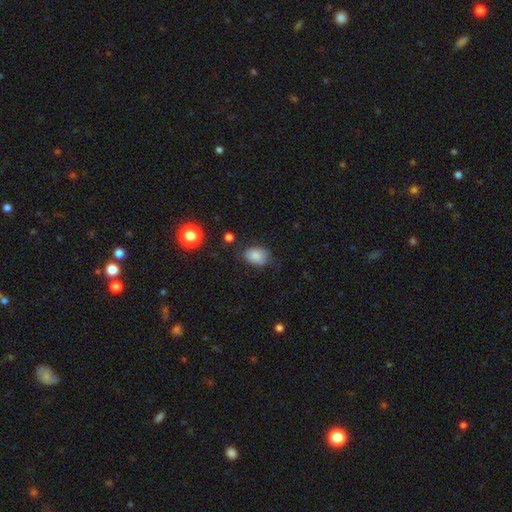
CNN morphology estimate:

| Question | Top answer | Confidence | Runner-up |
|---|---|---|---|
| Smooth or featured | smooth | 83% | star or artifact (9%) |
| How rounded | in between | 75% | round (24%) |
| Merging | none | 65% | minor disturbance (27%) |